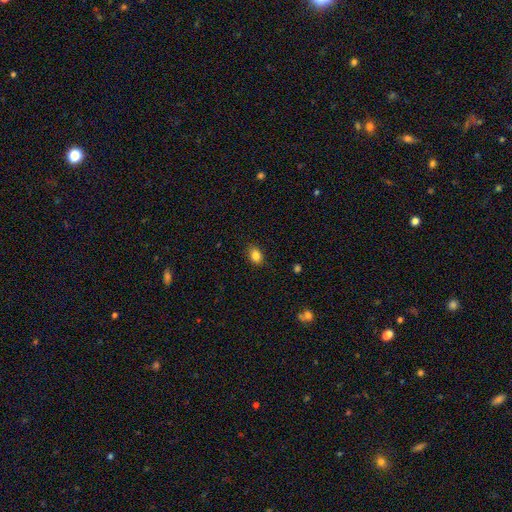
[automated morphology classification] Overall: smooth (84%). How rounded: in between (63%; round 35%). Merging: none (84%).